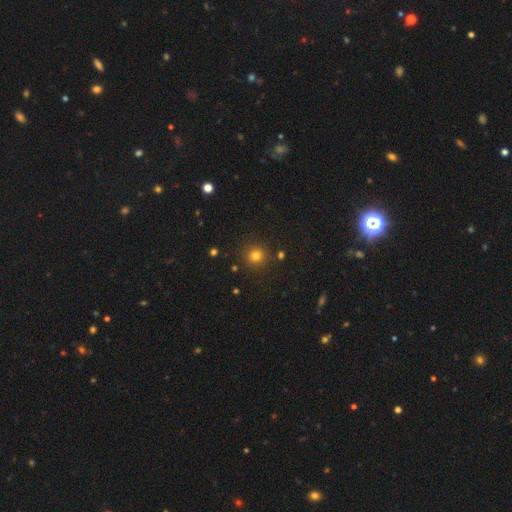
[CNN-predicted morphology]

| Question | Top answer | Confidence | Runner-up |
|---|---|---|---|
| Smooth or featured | smooth | 78% | star or artifact (16%) |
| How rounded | round | 92% | in between (7%) |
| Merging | none | 89% | minor disturbance (6%) |